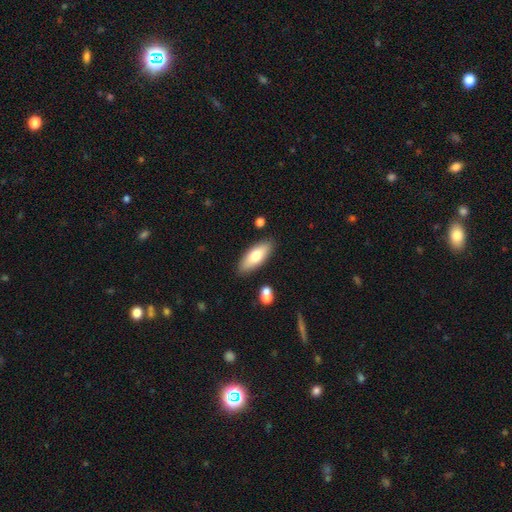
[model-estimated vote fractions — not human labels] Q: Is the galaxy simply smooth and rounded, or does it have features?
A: smooth — 72%.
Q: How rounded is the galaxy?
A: in between — 73%.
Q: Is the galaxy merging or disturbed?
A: none — 85%.